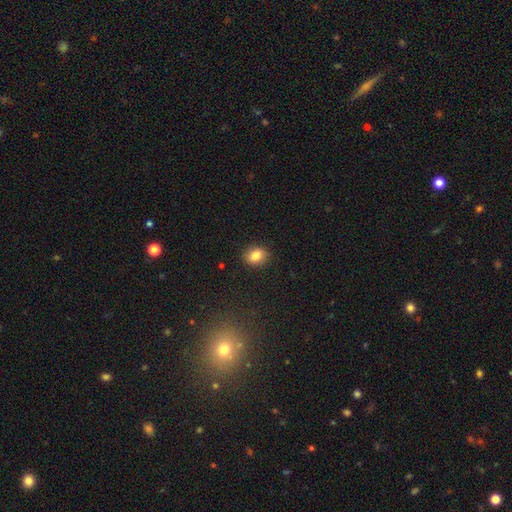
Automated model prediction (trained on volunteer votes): smooth-or-featured: smooth: 83% | star or artifact: 10% | featured or disk: 7%
  how-rounded: in between: 51% | round: 48% | cigar-shaped: 1%
  merging: none: 89% | minor disturbance: 8% | major disturbance: 2% | merger: 1%